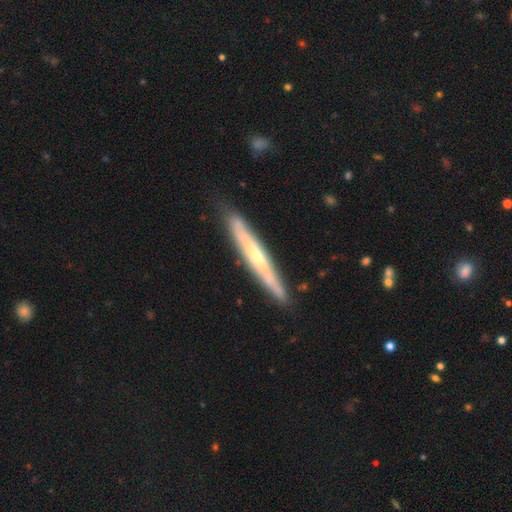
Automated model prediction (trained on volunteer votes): featured or disk 61%, smooth 33%, star or artifact 5%. Down the decision tree: edge-on disk — yes (89%); edge-on bulge — none (58%); merging — none (83%).